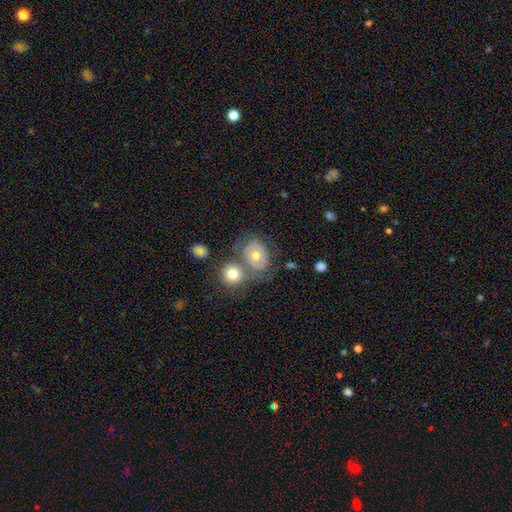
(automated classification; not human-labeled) smooth_or_featured: featured or disk (p=0.46) [alt: smooth p=0.45]
merging: none (p=0.45) [alt: merger p=0.26]